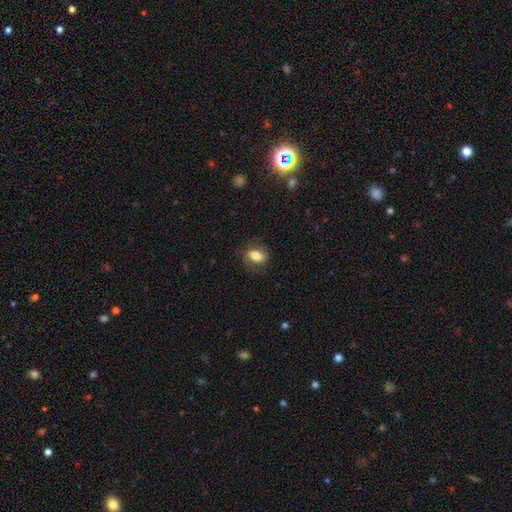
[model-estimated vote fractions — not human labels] Smooth or featured? Predicted: smooth (p=0.72). How rounded? Predicted: in between (p=0.76). Merging? Predicted: none (p=0.76).